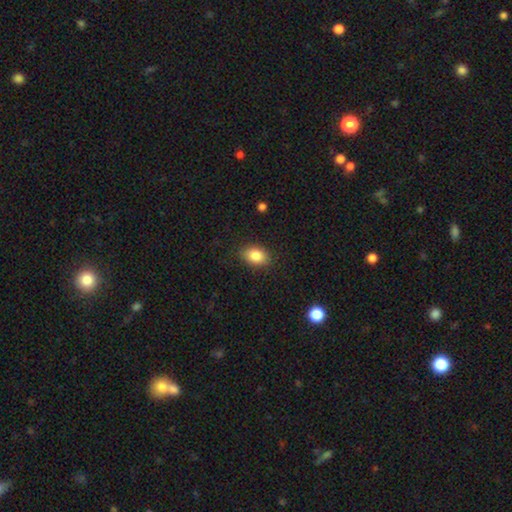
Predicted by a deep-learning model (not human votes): Smooth or featured: smooth — 86% (star or artifact — 8%)
How rounded: in between — 82% (round — 16%)
Merging: none — 86% (minor disturbance — 10%)